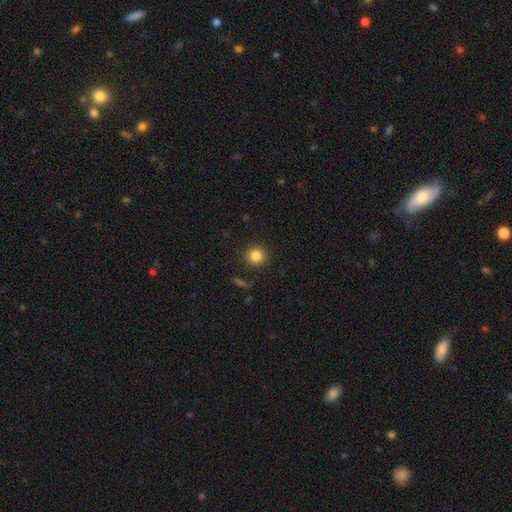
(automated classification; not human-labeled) A smooth galaxy with no disk features (83%) that is round (93%).

Vote fractions:
- Smooth or featured? smooth: 83% / star or artifact: 11% / featured or disk: 6%
- How rounded? round: 93% / in between: 6% / cigar-shaped: 1%
- Merging? none: 89% / minor disturbance: 6% / major disturbance: 3% / merger: 2%